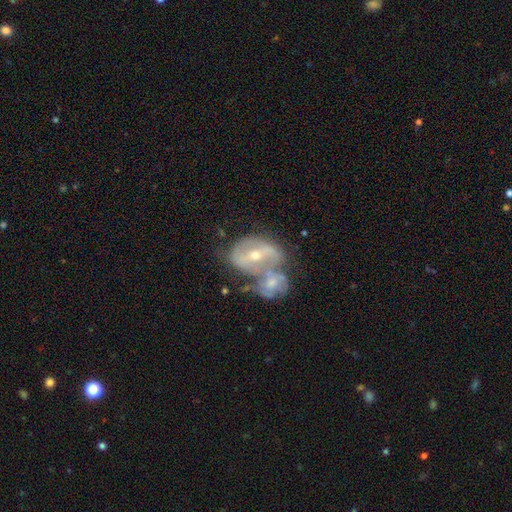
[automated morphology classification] featured or disk 76%, smooth 17%, star or artifact 7%. Down the decision tree: edge-on disk — no (95%); bar — strong (39%); spiral arms — yes (72%); spiral arm count — 2 (65%); spiral winding — medium (43%); bulge size — moderate (50%); merging — merger (64%).